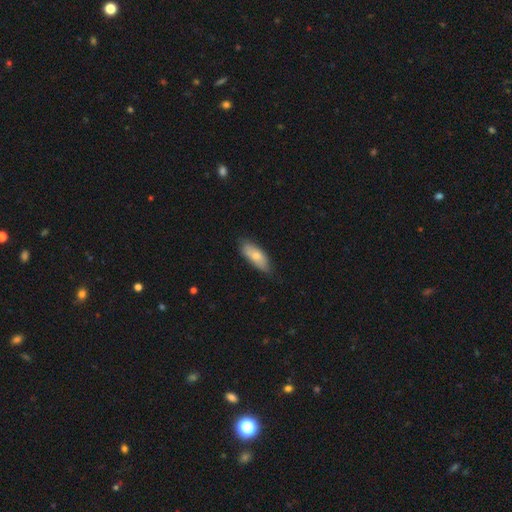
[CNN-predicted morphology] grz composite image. It shows a smooth galaxy with no disk features (72%) that is in between round and cigar-shaped (78%). Merging: none (67%).